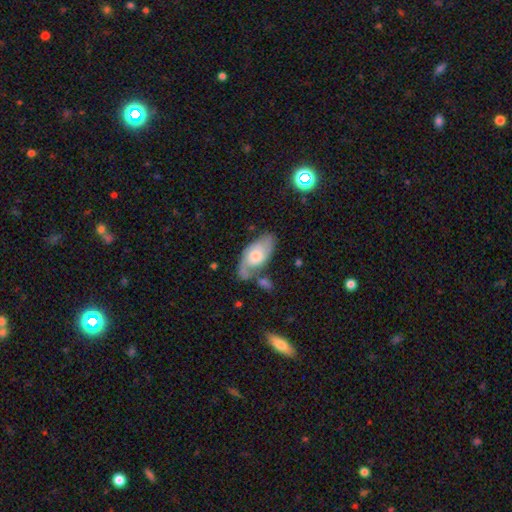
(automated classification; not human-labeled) Smooth or featured?
  - featured or disk: 58% *
  - smooth: 35%
  - star or artifact: 6%
Edge-on disk?
  - no: 91% *
  - yes: 9%
Bar?
  - no: 69% *
  - weak: 26%
  - strong: 4%
Spiral arms?
  - yes: 83% *
  - no: 17%
Bulge size?
  - moderate: 44% *
  - large: 26%
  - small: 22%
  - none: 5%
  - dominant: 3%
Merging?
  - none: 50% *
  - minor disturbance: 24%
  - major disturbance: 13%
  - merger: 13%